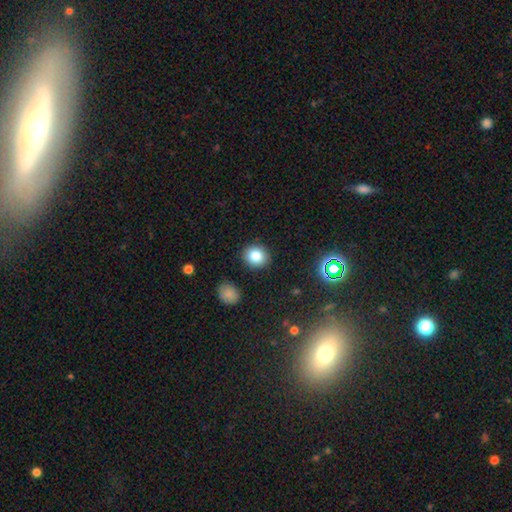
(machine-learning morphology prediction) type=smooth (82%); roundness=round (79%); merging=none (88%).